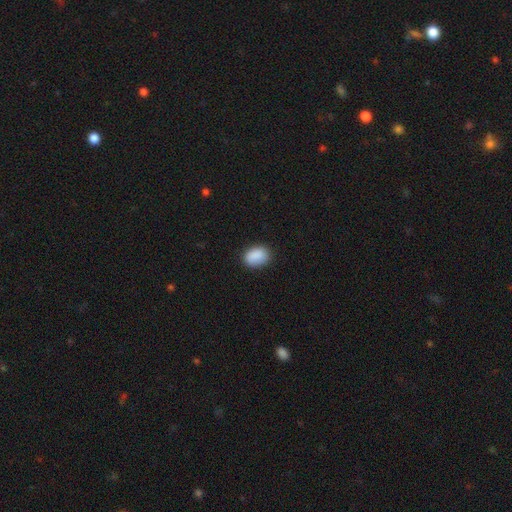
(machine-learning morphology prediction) Smooth or featured? Predicted: smooth (p=0.88). How rounded? Predicted: in between (p=0.77). Merging? Predicted: none (p=0.84).